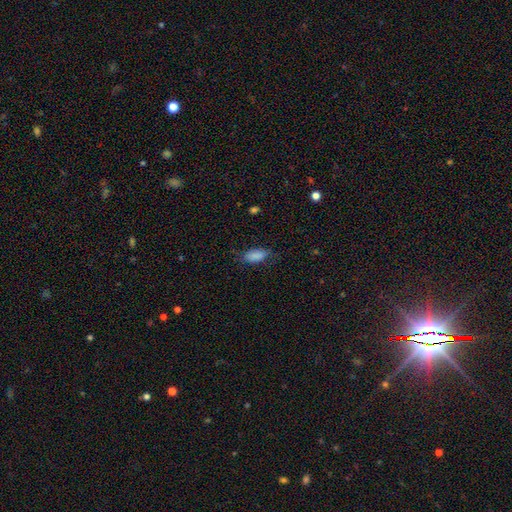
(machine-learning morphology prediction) type=smooth (86%); roundness=in between (87%); merging=none (70%).